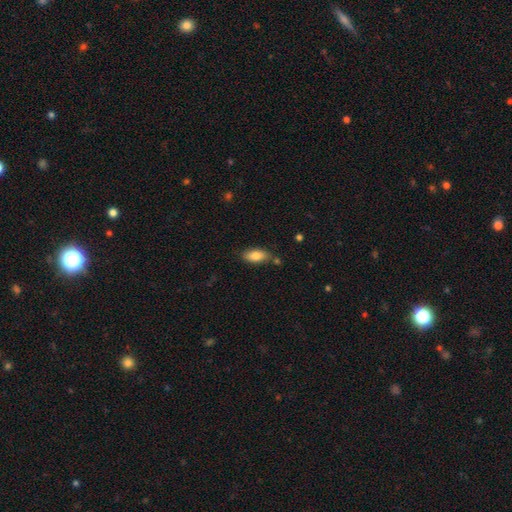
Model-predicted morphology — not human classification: A smooth galaxy with no disk features (81%) that is in between round and cigar-shaped (88%). Merging: none (75%).